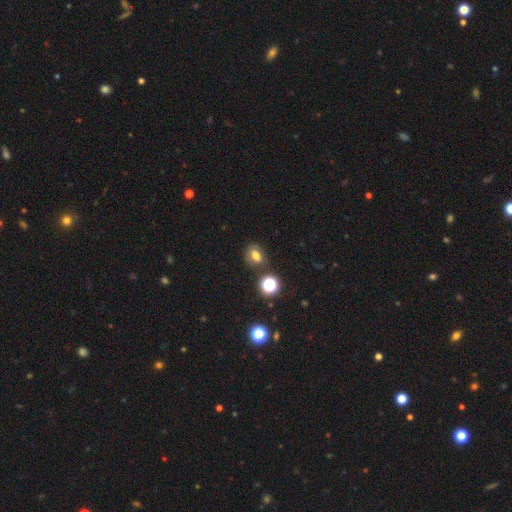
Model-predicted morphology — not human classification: type=smooth (67%); roundness=in between (58%); merging=none (72%).